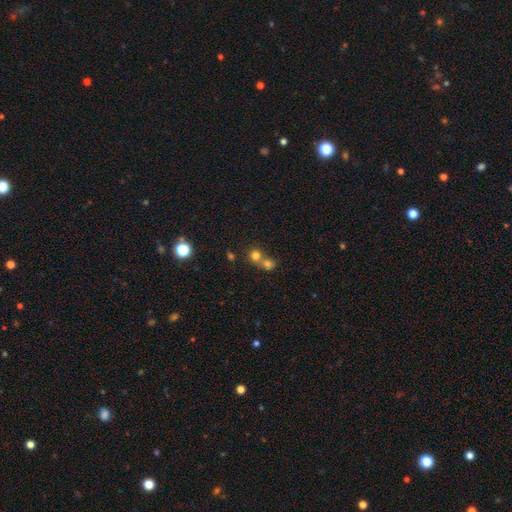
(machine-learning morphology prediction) Smooth or featured? smooth (73%)
How rounded? round (83%)
Merging? merger (57%)